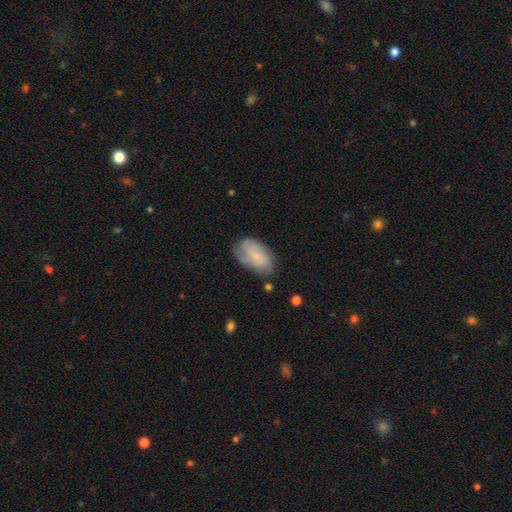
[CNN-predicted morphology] This is possibly a smooth galaxy (58%). How rounded: clearly in between (93%). Merging: likely none (67%).